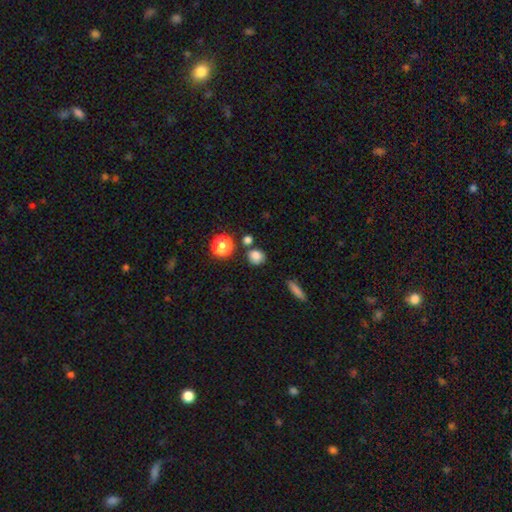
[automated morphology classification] This is clearly a smooth galaxy (81%). How rounded: likely round (77%). Merging: likely none (76%).